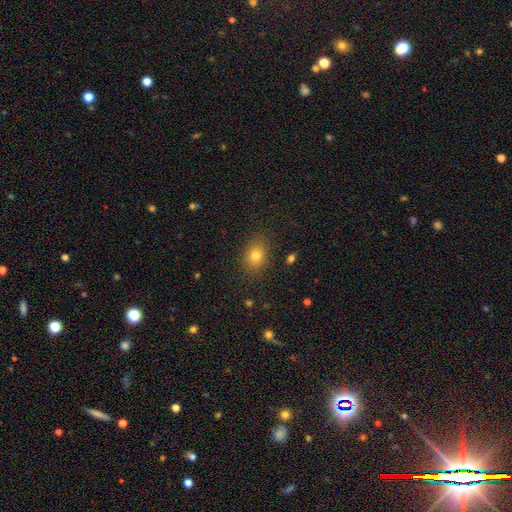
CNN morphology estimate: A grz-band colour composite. It shows a smooth galaxy with no disk features (78%) that is in between round and cigar-shaped (62%). Merging: none (86%).